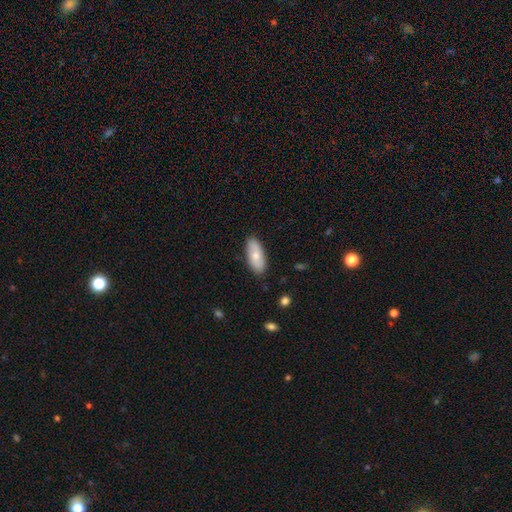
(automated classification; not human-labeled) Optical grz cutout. It shows a smooth galaxy with no disk features (69%) that is in between round and cigar-shaped (86%). Merging: none (86%).